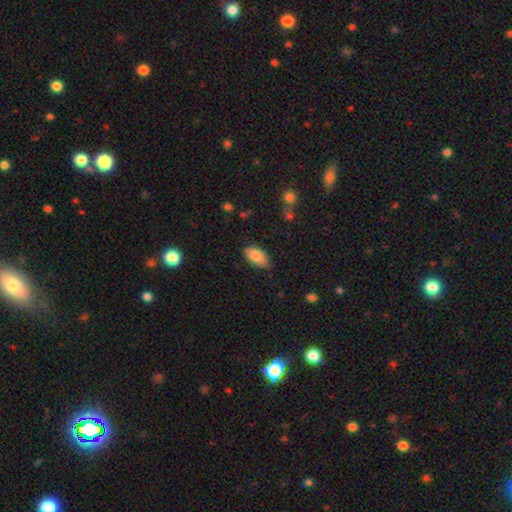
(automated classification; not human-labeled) Q: Smooth or featured?
A: smooth (84%); runner-up: featured or disk (10%)
Q: How rounded?
A: in between (93%); runner-up: cigar-shaped (4%)
Q: Merging?
A: none (71%); runner-up: minor disturbance (24%)